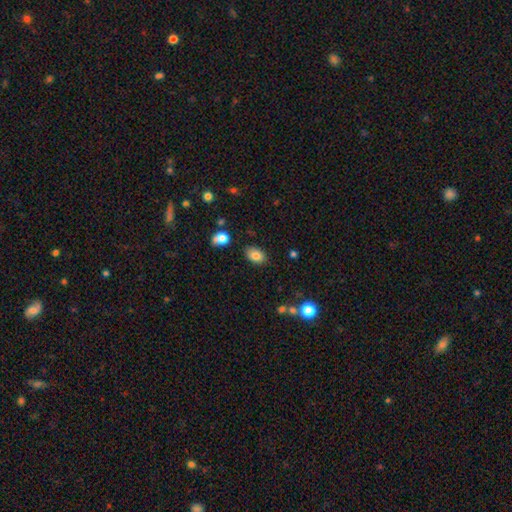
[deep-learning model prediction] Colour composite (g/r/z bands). It shows a smooth galaxy with no disk features (82%) that is in between round and cigar-shaped (83%). Merging: none (83%).